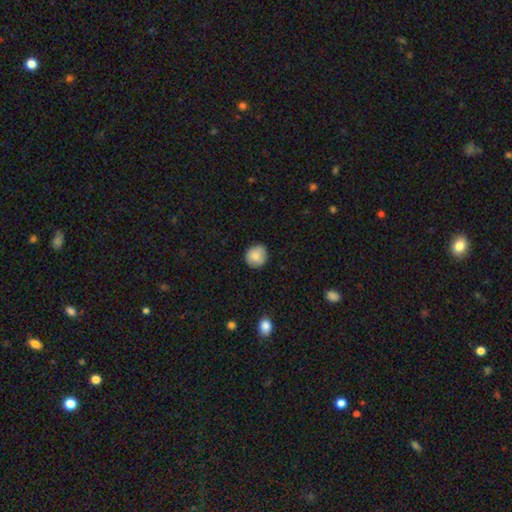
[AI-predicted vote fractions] Smooth or featured?
  - smooth: 86% *
  - star or artifact: 8%
  - featured or disk: 6%
How rounded?
  - round: 90% *
  - in between: 9%
  - cigar-shaped: 1%
Merging?
  - none: 86% *
  - minor disturbance: 10%
  - major disturbance: 2%
  - merger: 1%